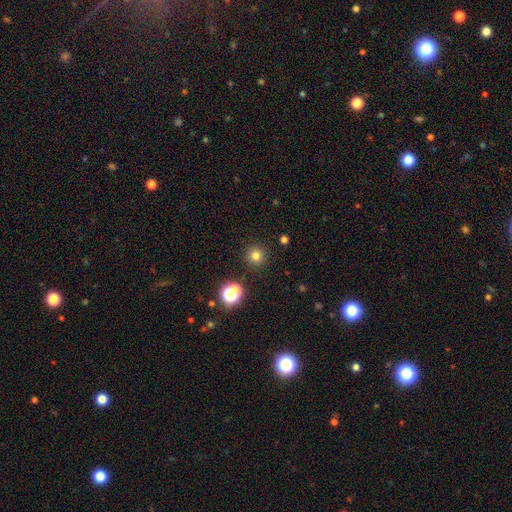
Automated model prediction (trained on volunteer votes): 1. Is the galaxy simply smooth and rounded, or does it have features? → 76% smooth, 18% star or artifact, 6% featured or disk.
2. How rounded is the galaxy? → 95% round, 4% in between, 1% cigar-shaped.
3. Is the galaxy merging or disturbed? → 89% none, 6% minor disturbance, 3% merger, 2% major disturbance.